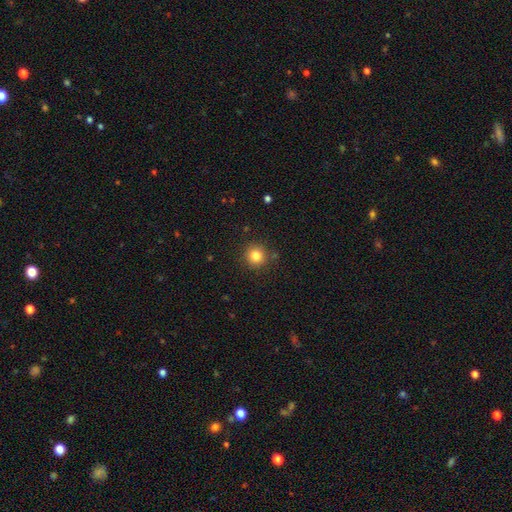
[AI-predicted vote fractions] Smooth or featured? smooth (83%)
How rounded? round (94%)
Merging? none (88%)